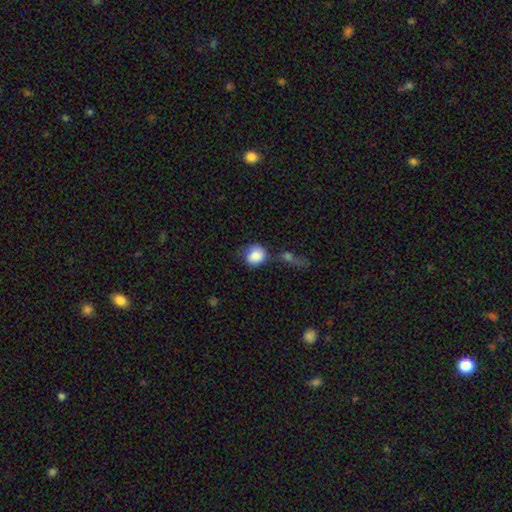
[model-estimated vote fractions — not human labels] This is clearly a smooth galaxy (85%). How rounded: likely round (76%). Merging: marginally none (44%).